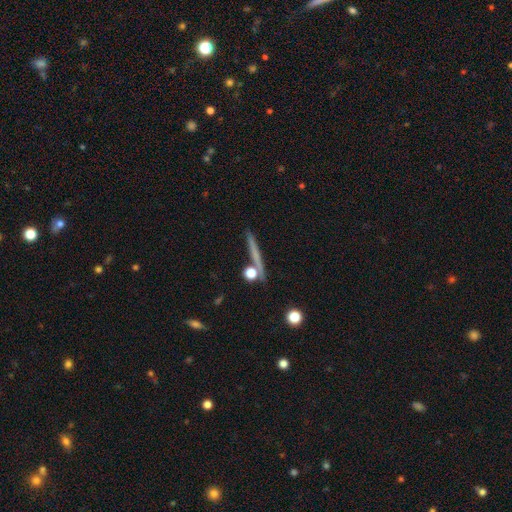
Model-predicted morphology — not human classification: Smooth or featured? Predicted: smooth (p=0.52). How rounded? Predicted: cigar-shaped (p=0.83). Merging? Predicted: none (p=0.79).